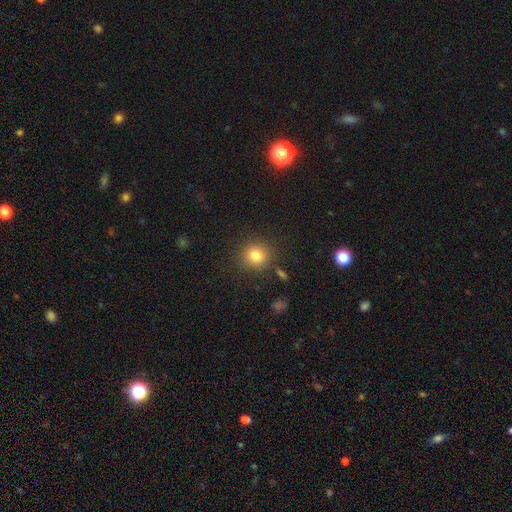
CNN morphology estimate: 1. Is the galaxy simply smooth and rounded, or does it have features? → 80% smooth, 12% star or artifact, 7% featured or disk.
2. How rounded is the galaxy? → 89% round, 10% in between, 1% cigar-shaped.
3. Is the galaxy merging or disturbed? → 86% none, 8% minor disturbance, 3% major disturbance, 3% merger.